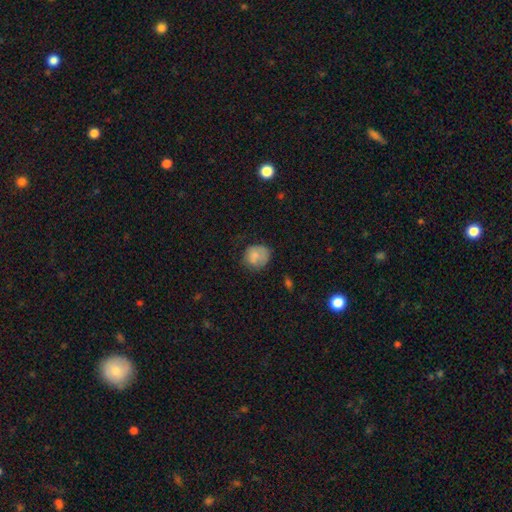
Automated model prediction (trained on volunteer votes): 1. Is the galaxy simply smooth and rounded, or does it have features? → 76% smooth, 16% featured or disk, 9% star or artifact.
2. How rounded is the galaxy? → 77% round, 22% in between, 1% cigar-shaped.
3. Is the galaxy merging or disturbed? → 60% none, 27% minor disturbance, 10% major disturbance, 2% merger.